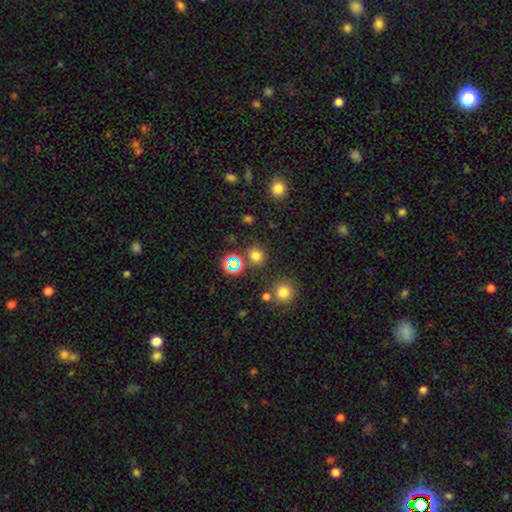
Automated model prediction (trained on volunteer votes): Q: Smooth or featured?
A: smooth (66%); runner-up: star or artifact (29%)
Q: How rounded?
A: round (87%); runner-up: in between (12%)
Q: Merging?
A: none (81%); runner-up: minor disturbance (9%)